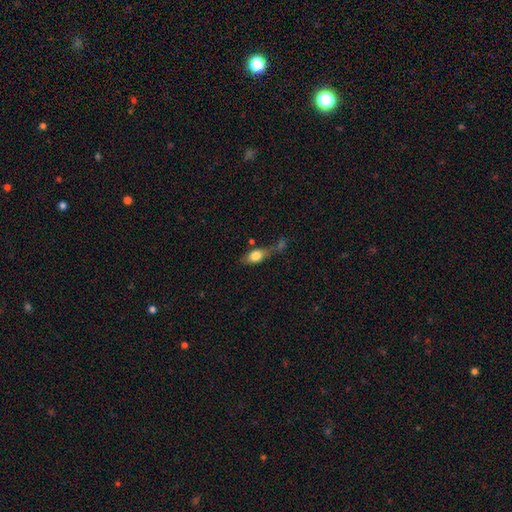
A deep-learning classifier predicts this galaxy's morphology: type=smooth (69%); roundness=in between (72%); merging=none (40%).